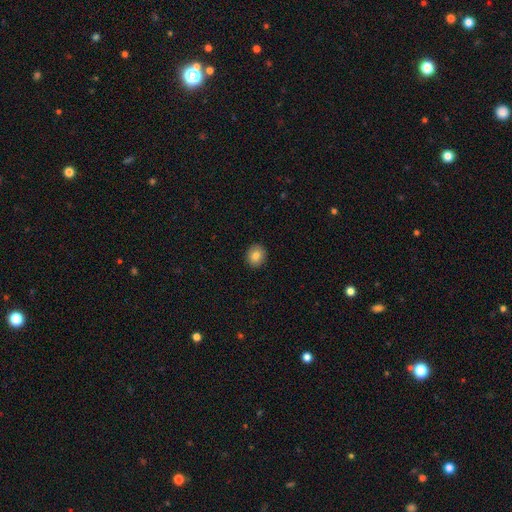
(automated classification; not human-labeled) The model was most divided on "how rounded": round: 85%, in between: 14%, cigar-shaped: 1%. More confident: merging — none (92%); smooth or featured — smooth (83%).